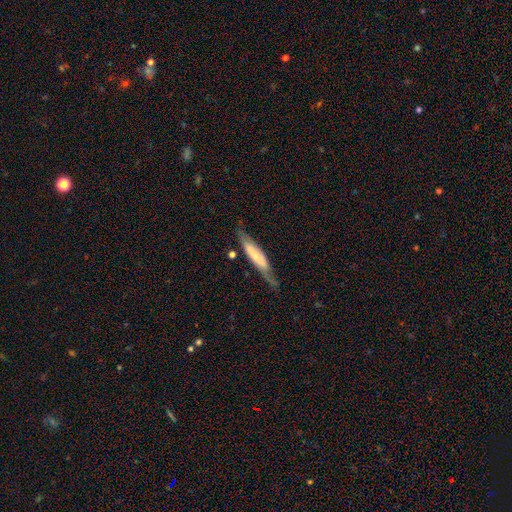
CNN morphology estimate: A featured or disk galaxy (53%) viewed edge-on (60%).

Vote fractions:
- Smooth or featured? featured or disk: 53% / smooth: 42% / star or artifact: 6%
- Edge-on disk? yes: 60% / no: 40%
- Merging? none: 61% / minor disturbance: 26% / major disturbance: 11% / merger: 3%